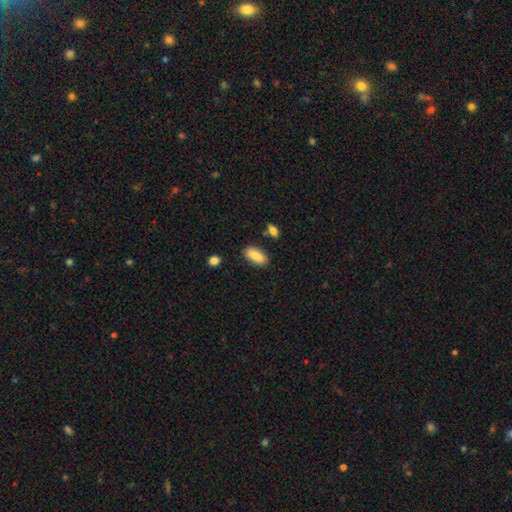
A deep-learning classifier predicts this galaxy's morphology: Q: Smooth or featured?
A: smooth (86%); runner-up: featured or disk (8%)
Q: How rounded?
A: in between (89%); runner-up: cigar-shaped (8%)
Q: Merging?
A: none (82%); runner-up: minor disturbance (11%)